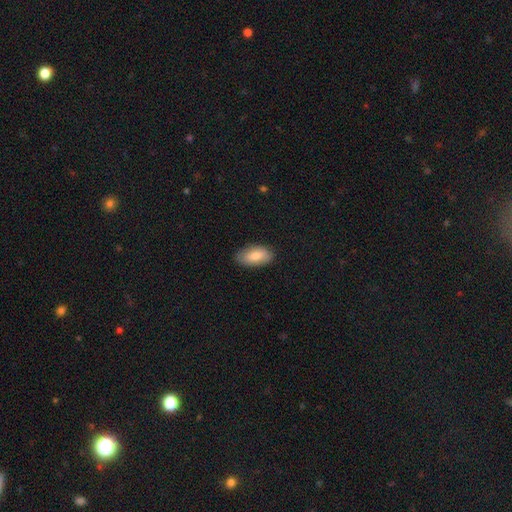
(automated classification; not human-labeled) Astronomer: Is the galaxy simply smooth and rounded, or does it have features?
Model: smooth — 76%.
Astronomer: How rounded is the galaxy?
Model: in between — 93%.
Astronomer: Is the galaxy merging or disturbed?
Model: none — 84%.